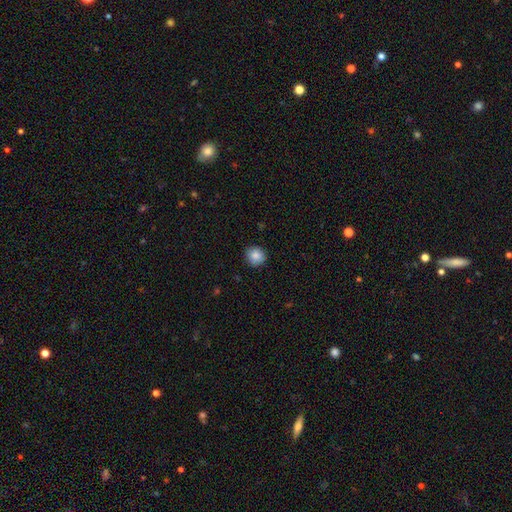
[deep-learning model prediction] Smooth or featured? smooth (86%)
How rounded? round (89%)
Merging? none (87%)